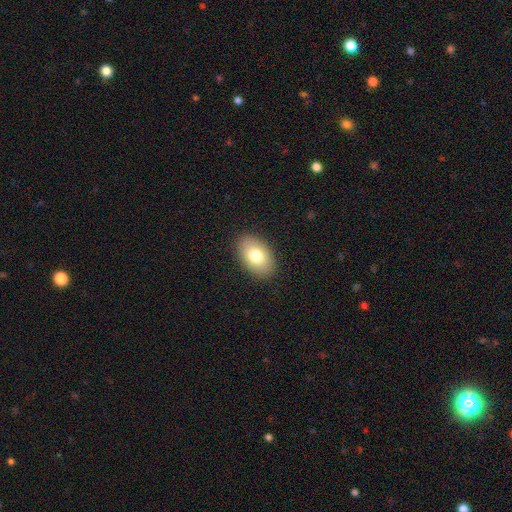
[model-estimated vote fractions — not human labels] Smooth or featured?
  - smooth: 77% *
  - featured or disk: 15%
  - star or artifact: 8%
How rounded?
  - in between: 91% *
  - round: 8%
  - cigar-shaped: 1%
Merging?
  - none: 89% *
  - minor disturbance: 8%
  - major disturbance: 2%
  - merger: 1%